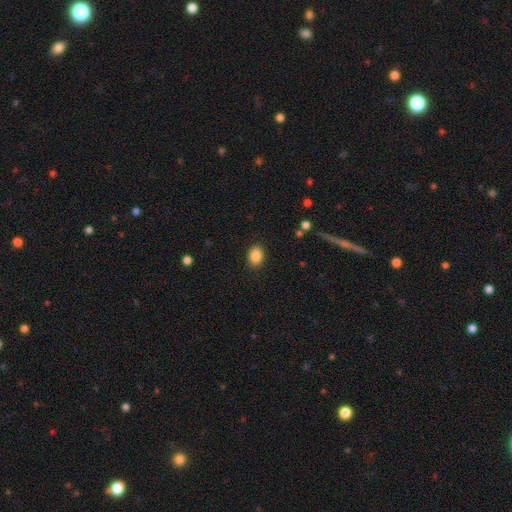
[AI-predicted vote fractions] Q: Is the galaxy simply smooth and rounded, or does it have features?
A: smooth — 88%.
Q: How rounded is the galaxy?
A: in between — 74%.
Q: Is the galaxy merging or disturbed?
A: none — 88%.